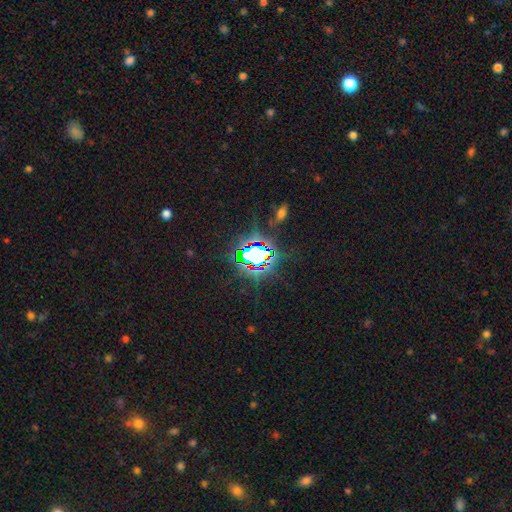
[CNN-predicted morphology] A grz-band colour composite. It shows a star or artifact, not a galaxy (74%).